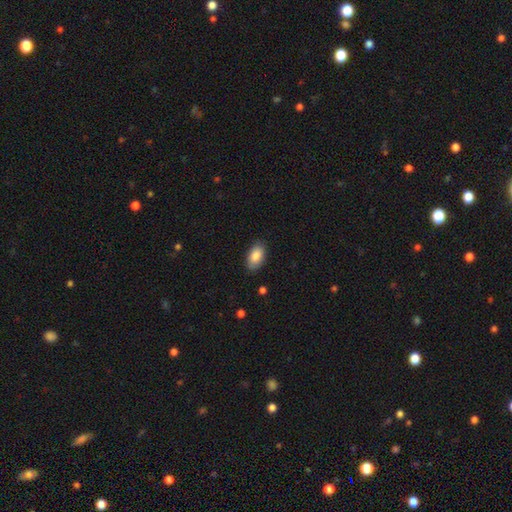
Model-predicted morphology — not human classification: A smooth galaxy with no disk features (87%) that is in between round and cigar-shaped (94%). Merging: none (86%).